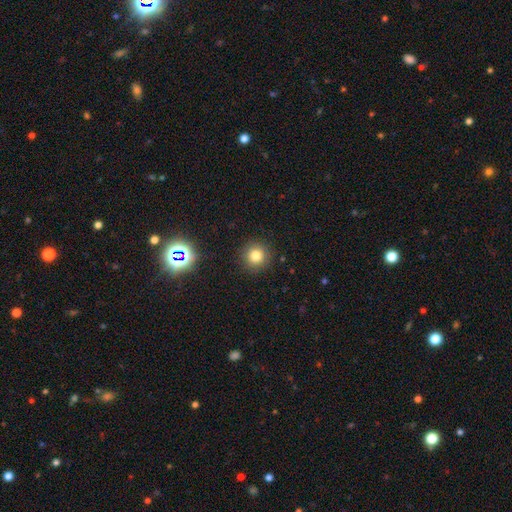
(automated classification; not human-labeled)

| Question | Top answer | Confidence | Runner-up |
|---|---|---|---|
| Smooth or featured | smooth | 78% | star or artifact (15%) |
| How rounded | round | 94% | in between (5%) |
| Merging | none | 90% | minor disturbance (6%) |